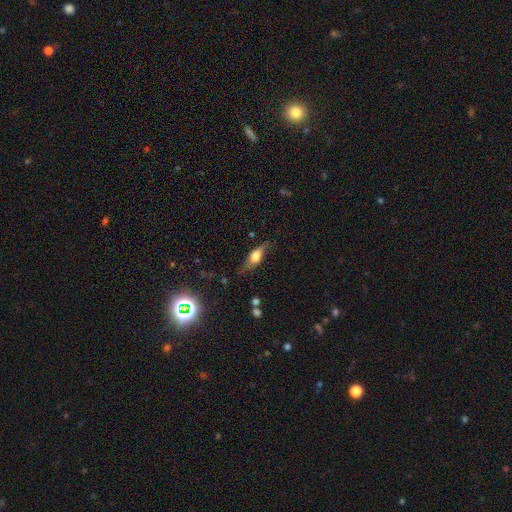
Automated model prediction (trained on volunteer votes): This is possibly a smooth galaxy (49%). Merging: likely none (65%).